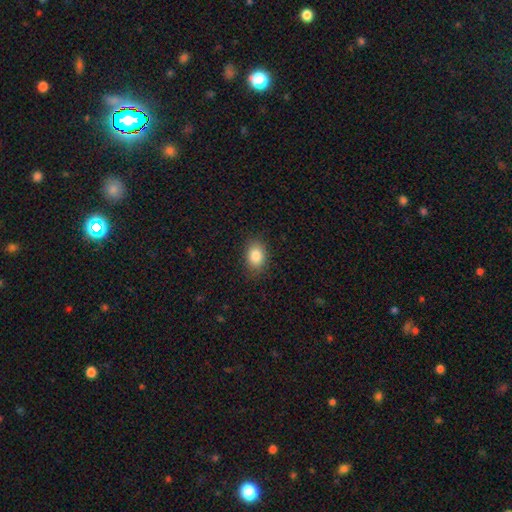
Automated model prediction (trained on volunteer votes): Smooth or featured? Predicted: smooth (p=0.85). How rounded? Predicted: in between (p=0.73). Merging? Predicted: none (p=0.85).